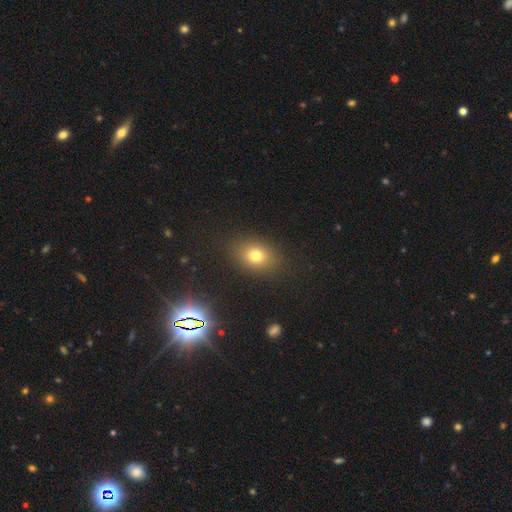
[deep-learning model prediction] Smooth or featured? Predicted: smooth (p=0.75). How rounded? Predicted: in between (p=0.62). Merging? Predicted: none (p=0.85).